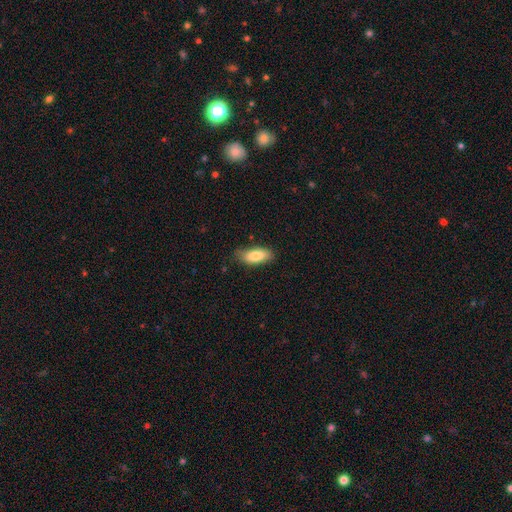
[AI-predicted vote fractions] This is clearly a smooth galaxy (84%). How rounded: likely in between (78%). Merging: likely none (77%).